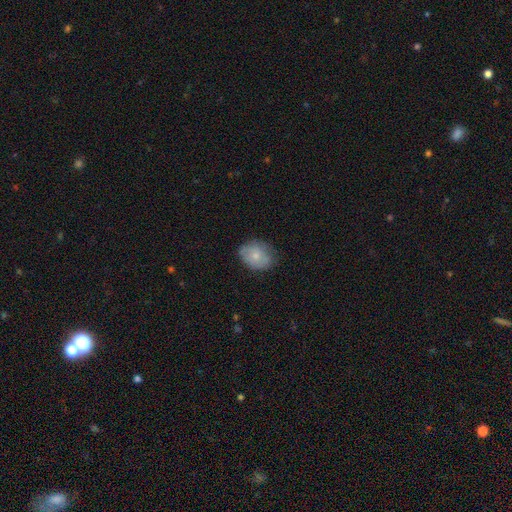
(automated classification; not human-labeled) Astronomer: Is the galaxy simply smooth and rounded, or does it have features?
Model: smooth — 70%.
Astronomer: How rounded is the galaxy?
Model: in between — 57% (runner-up: round, 42%).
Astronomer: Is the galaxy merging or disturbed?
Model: none — 66%.